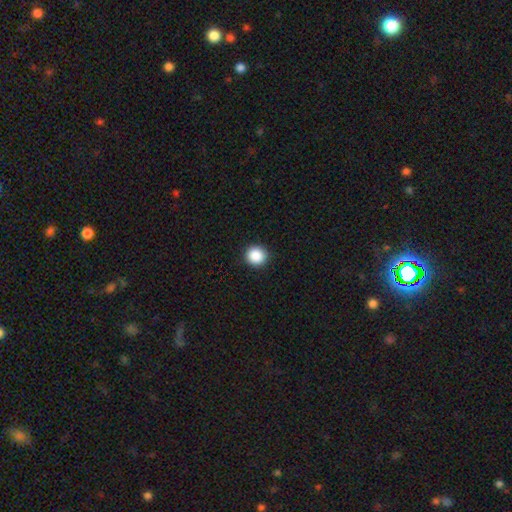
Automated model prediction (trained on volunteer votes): smooth_or_featured: smooth (p=0.88) [alt: star or artifact p=0.09]
how_rounded: round (p=0.93) [alt: in between p=0.06]
merging: none (p=0.92) [alt: minor disturbance p=0.05]